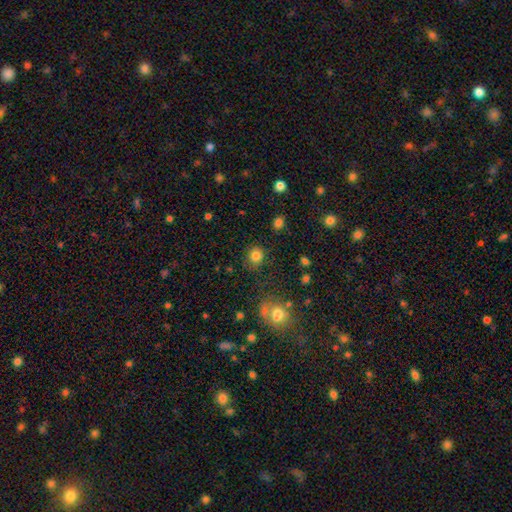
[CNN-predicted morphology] smooth-or-featured: smooth: 82% | star or artifact: 12% | featured or disk: 6%
  how-rounded: round: 86% | in between: 13% | cigar-shaped: 1%
  merging: none: 84% | minor disturbance: 10% | major disturbance: 4% | merger: 3%